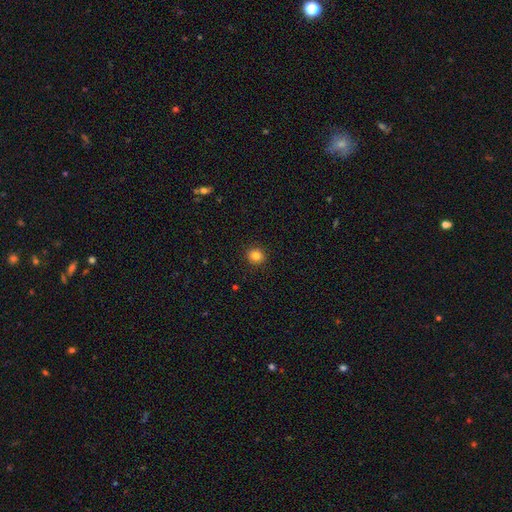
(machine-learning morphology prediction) Q: Smooth or featured?
A: smooth (83%); runner-up: star or artifact (12%)
Q: How rounded?
A: round (89%); runner-up: in between (10%)
Q: Merging?
A: none (92%); runner-up: minor disturbance (5%)